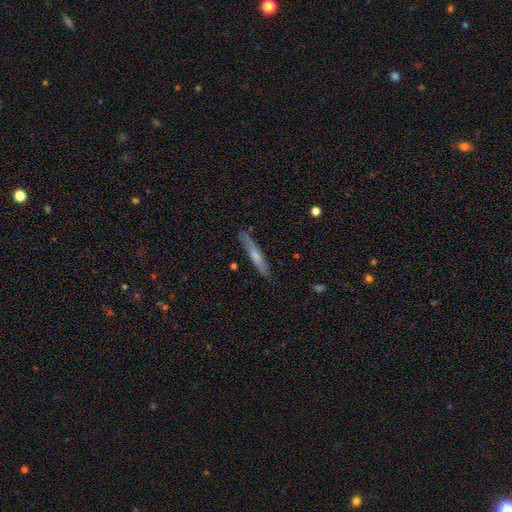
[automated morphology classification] Q: Smooth or featured?
A: smooth (52%); runner-up: featured or disk (42%)
Q: How rounded?
A: cigar-shaped (91%); runner-up: in between (7%)
Q: Merging?
A: none (82%); runner-up: minor disturbance (14%)